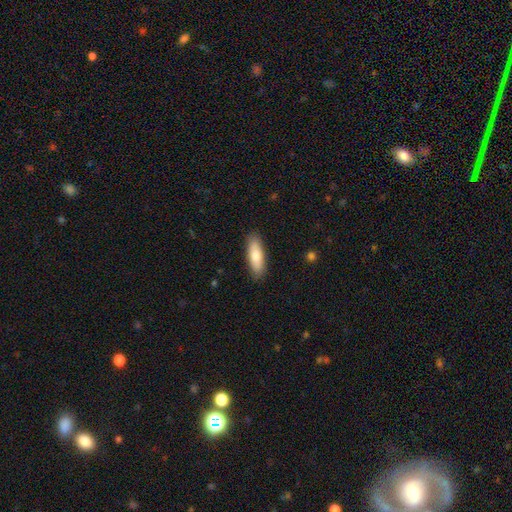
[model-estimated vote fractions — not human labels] The model was most divided on "how rounded": in between: 55%, cigar-shaped: 44%, round: 2%. More confident: merging — none (87%); smooth or featured — smooth (77%).